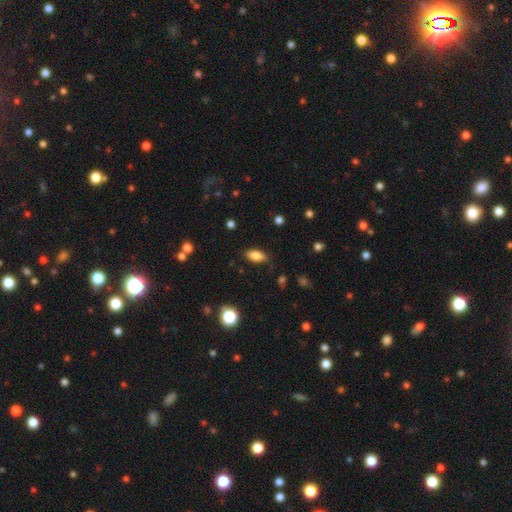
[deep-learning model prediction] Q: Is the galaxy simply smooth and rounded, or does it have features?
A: smooth — 80%.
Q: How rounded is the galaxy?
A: in between — 87%.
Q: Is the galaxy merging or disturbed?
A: none — 81%.